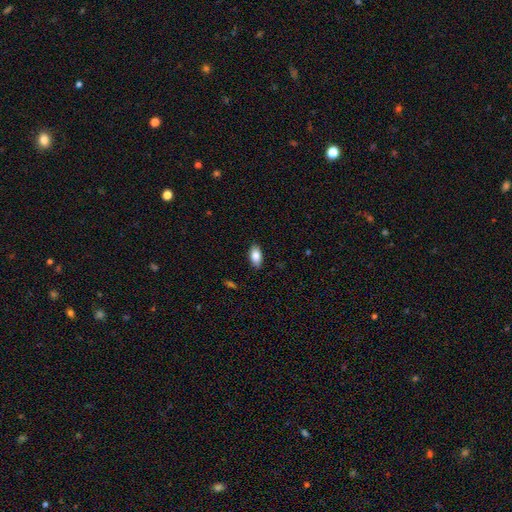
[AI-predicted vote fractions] A smooth galaxy with no disk features (83%) that is in between round and cigar-shaped (92%). Merging: none (88%).